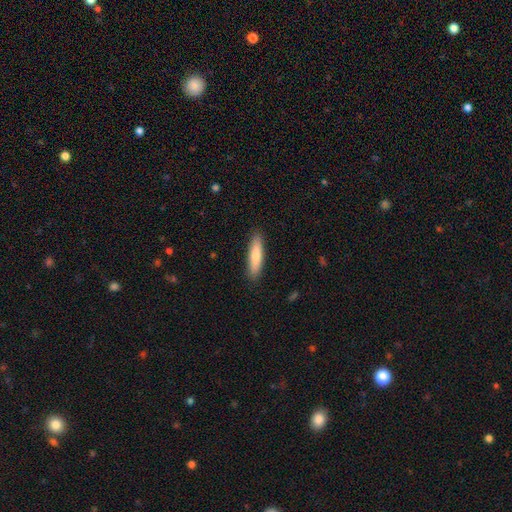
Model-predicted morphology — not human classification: This appears to be a smooth galaxy with no disk features (80%) that is cigar-shaped (75%). Merging: none (89%).